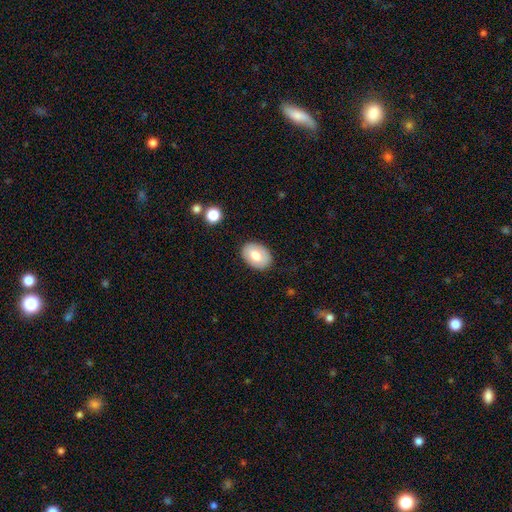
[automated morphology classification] The model was most divided on "smooth or featured": smooth: 69%, featured or disk: 24%, star or artifact: 7%. More confident: merging — none (86%); how rounded — in between (81%).